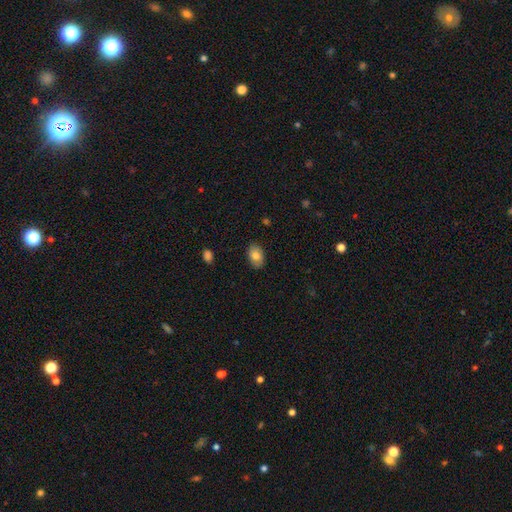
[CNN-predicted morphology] smooth_or_featured: smooth (p=0.78) [alt: featured or disk p=0.15]
how_rounded: in between (p=0.87) [alt: round p=0.12]
merging: none (p=0.86) [alt: minor disturbance p=0.11]